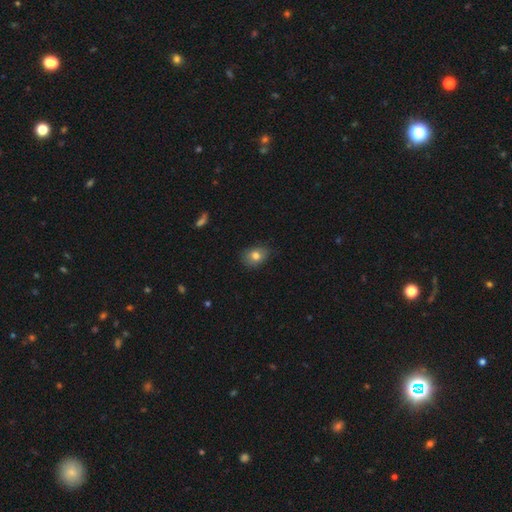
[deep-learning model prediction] Morphology: type=smooth (80%); roundness=in between (60%); merging=none (75%).